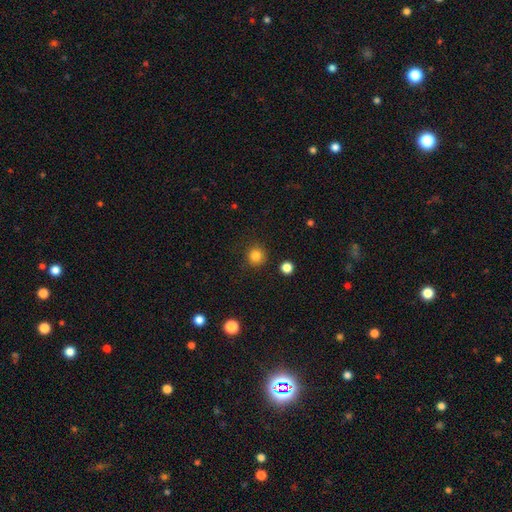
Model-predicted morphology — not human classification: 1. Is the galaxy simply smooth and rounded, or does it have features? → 84% smooth, 12% star or artifact, 4% featured or disk.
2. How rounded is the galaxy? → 94% round, 5% in between, 1% cigar-shaped.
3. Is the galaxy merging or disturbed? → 89% none, 7% minor disturbance, 2% major disturbance, 2% merger.